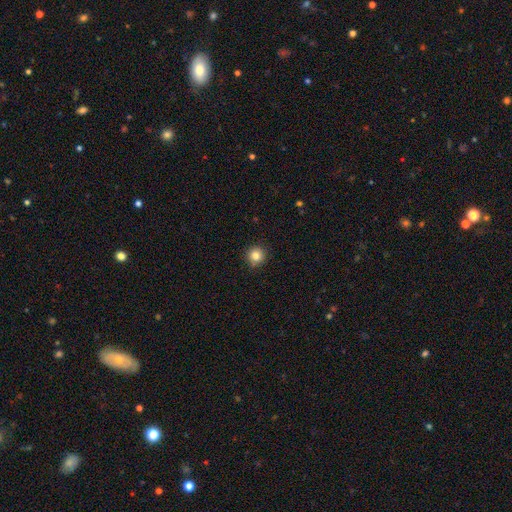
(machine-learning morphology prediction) smooth 83%, star or artifact 11%, featured or disk 6%. Down the decision tree: how rounded — round (94%); merging — none (91%).